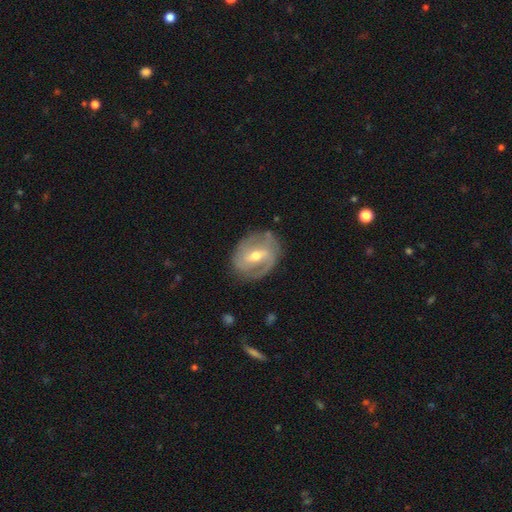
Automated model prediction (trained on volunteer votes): The model was most divided on "bar": weak: 45%, strong: 39%, no: 16%. Remaining: edge-on disk — no (96%); spiral arms — yes (82%); smooth or featured — featured or disk (78%); merging — none (77%); spiral arm count — 2 (73%); bulge size — moderate (65%); spiral winding — medium (42%).